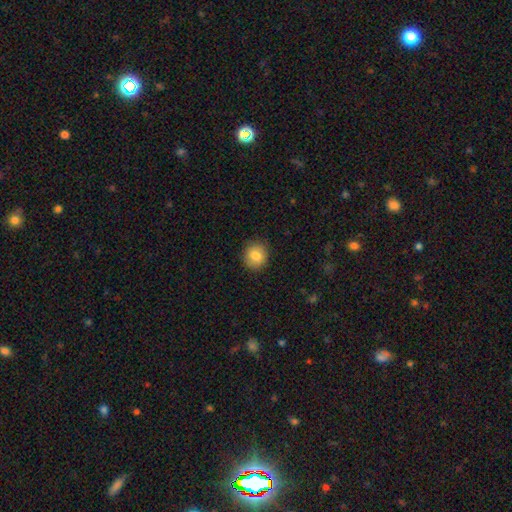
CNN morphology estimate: Overall: smooth (83%). How rounded: round (85%). Merging: none (89%).